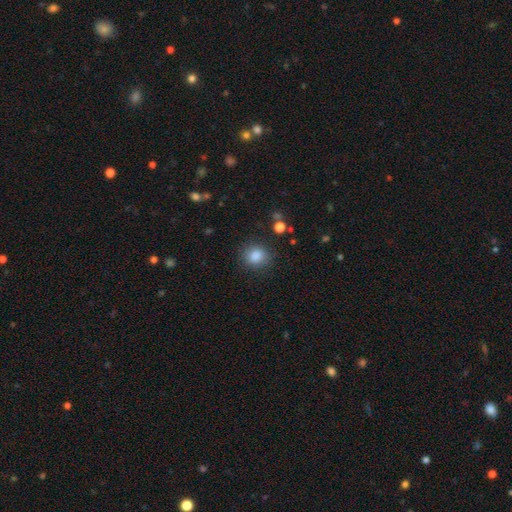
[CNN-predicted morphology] A smooth galaxy with no disk features (85%) that is round (70%).

Vote fractions:
- Smooth or featured? smooth: 85% / star or artifact: 10% / featured or disk: 4%
- How rounded? round: 70% / in between: 29% / cigar-shaped: 1%
- Merging? none: 83% / minor disturbance: 11% / major disturbance: 4% / merger: 2%